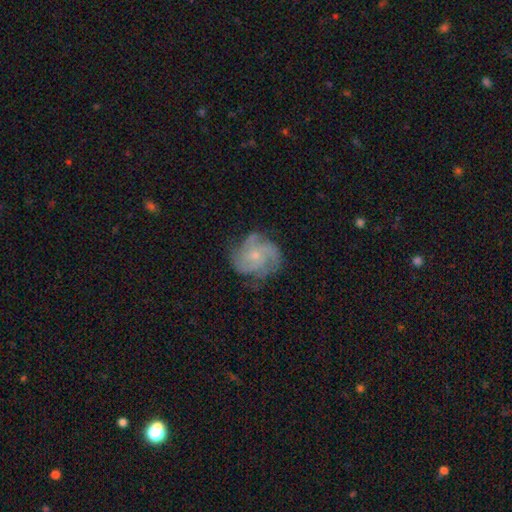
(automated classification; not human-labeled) Smooth or featured: featured or disk — 79% (smooth — 14%)
Edge-on disk: no — 98% (yes — 2%)
Bar: no — 75% (weak — 22%)
Spiral arms: yes — 94% (no — 6%)
Spiral winding: tight — 47% (medium — 42%)
Spiral arm count: 3 — 37% (4 — 21%)
Bulge size: small — 67% (moderate — 27%)
Merging: none — 67% (minor disturbance — 22%)